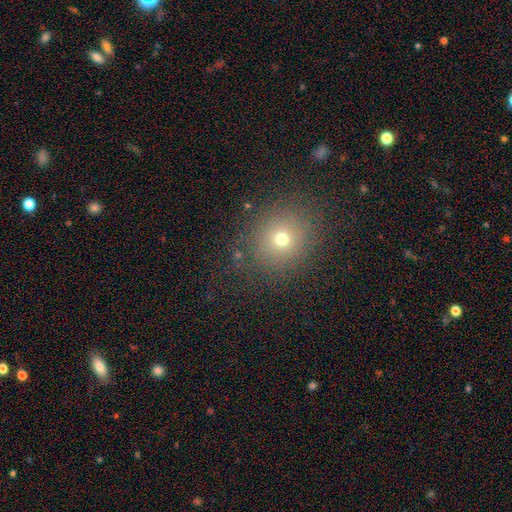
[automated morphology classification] Smooth or featured?
  - smooth: 61% *
  - star or artifact: 30%
  - featured or disk: 9%
How rounded?
  - round: 79% *
  - in between: 20%
  - cigar-shaped: 1%
Merging?
  - none: 87% *
  - minor disturbance: 8%
  - major disturbance: 3%
  - merger: 1%